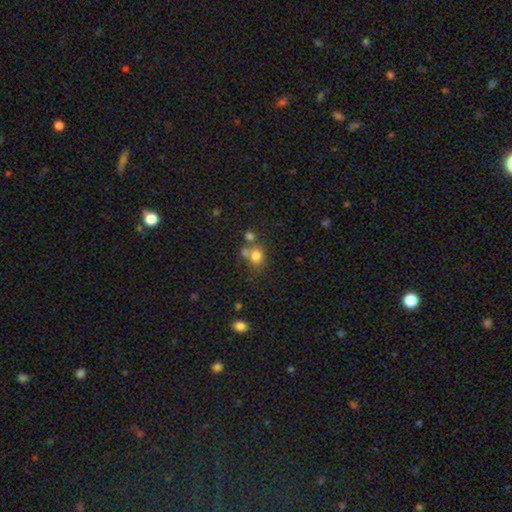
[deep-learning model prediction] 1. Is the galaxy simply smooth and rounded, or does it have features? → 77% smooth, 14% star or artifact, 9% featured or disk.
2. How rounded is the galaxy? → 72% round, 27% in between, 1% cigar-shaped.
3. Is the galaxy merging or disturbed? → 52% none, 30% merger, 12% minor disturbance, 6% major disturbance.